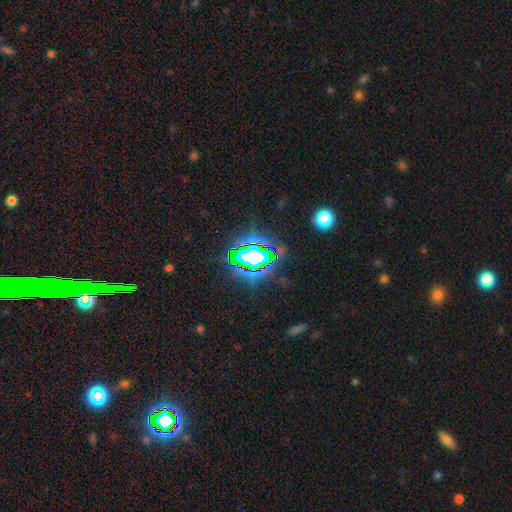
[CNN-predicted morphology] A star or artifact, not a galaxy (70%).